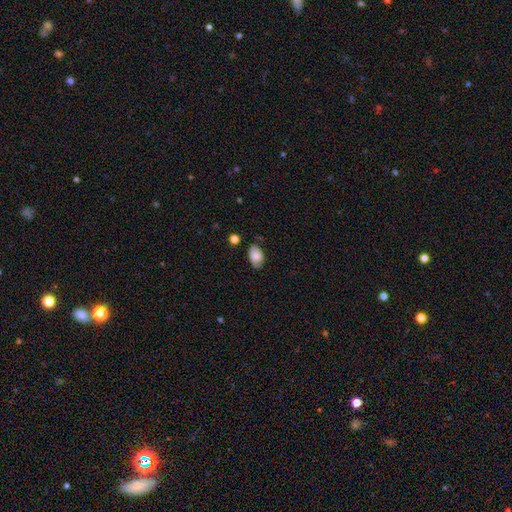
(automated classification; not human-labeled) Overall: smooth (83%). How rounded: in between (93%). Merging: none (76%).